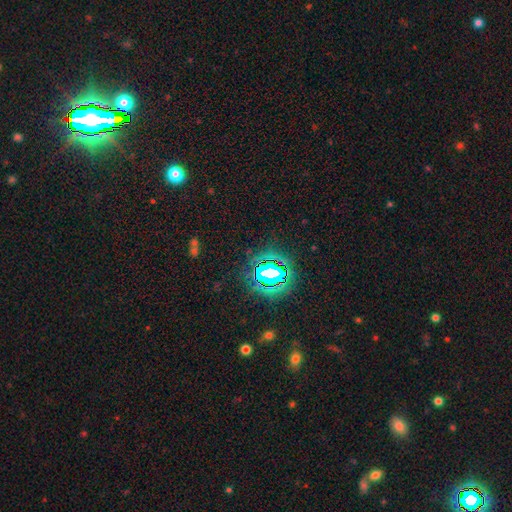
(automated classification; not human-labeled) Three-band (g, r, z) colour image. It shows a star or artifact, not a galaxy (83%).